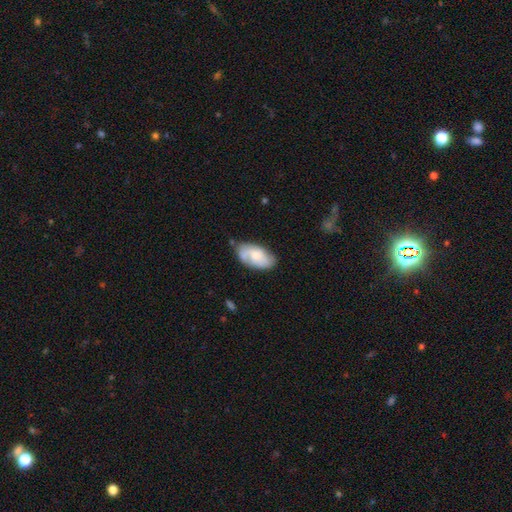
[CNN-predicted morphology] Smooth or featured? Predicted: smooth (p=0.51). How rounded? Predicted: in between (p=0.93). Merging? Predicted: none (p=0.66).